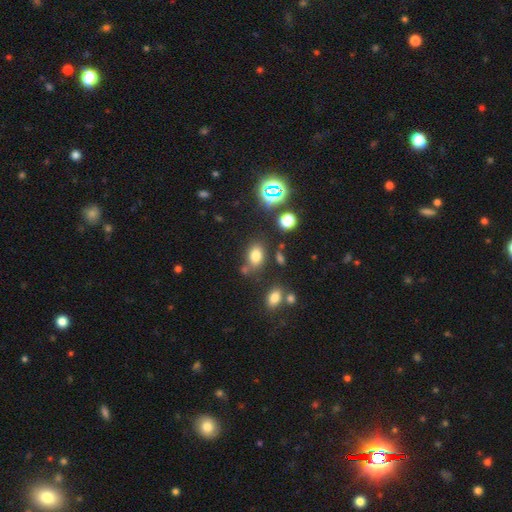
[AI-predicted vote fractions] Smooth or featured: smooth — 75% (star or artifact — 17%)
How rounded: in between — 78% (round — 20%)
Merging: none — 69% (minor disturbance — 15%)